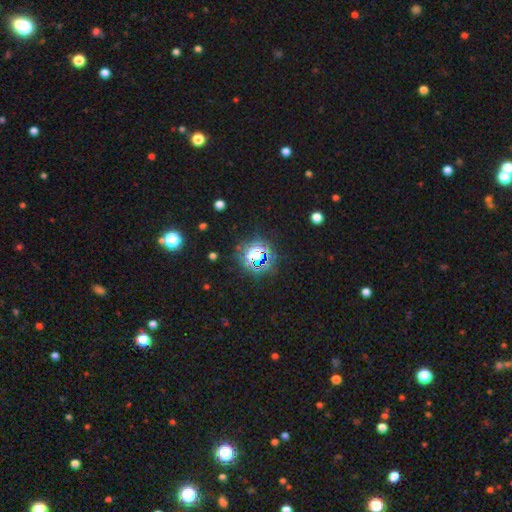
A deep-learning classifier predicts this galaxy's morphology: smooth_or_featured: star or artifact (p=0.68) [alt: smooth p=0.23]